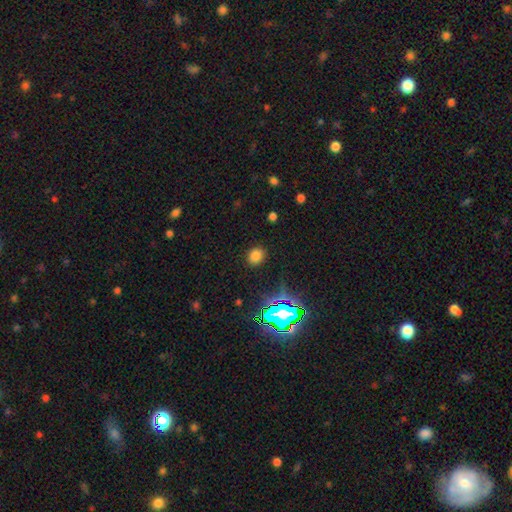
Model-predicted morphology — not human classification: Overall: smooth (74%). How rounded: round (72%). Merging: none (88%).